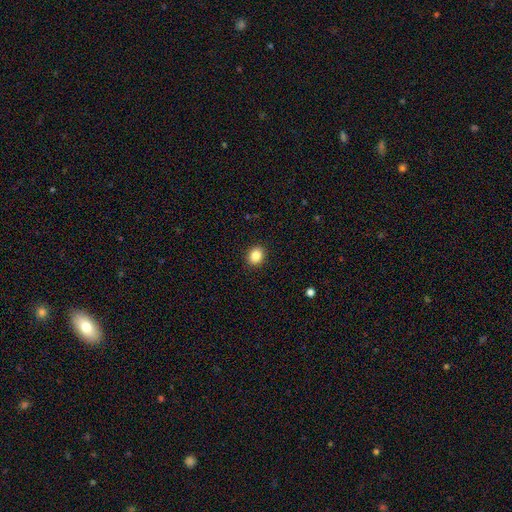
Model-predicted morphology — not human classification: A smooth galaxy with no disk features (85%) that is round (69%).

Vote fractions:
- Smooth or featured? smooth: 85% / star or artifact: 10% / featured or disk: 5%
- How rounded? round: 69% / in between: 30% / cigar-shaped: 1%
- Merging? none: 91% / minor disturbance: 6% / major disturbance: 2% / merger: 1%